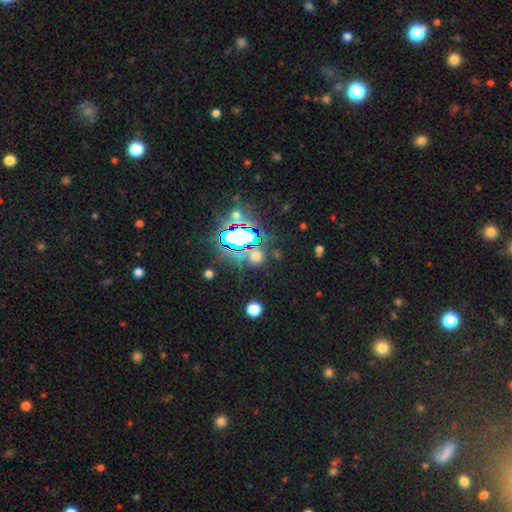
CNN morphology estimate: Smooth or featured: star or artifact — 51% (smooth — 41%)